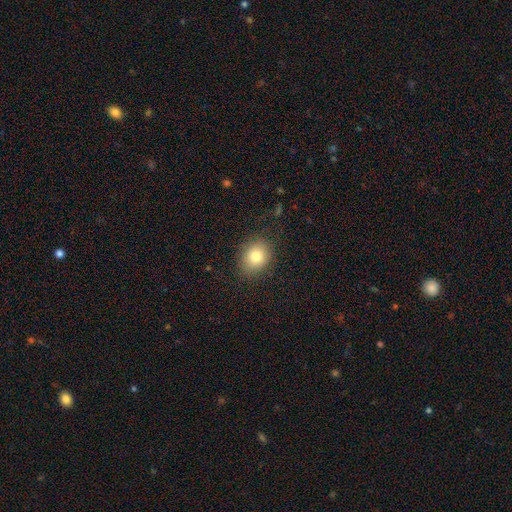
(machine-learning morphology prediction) This is clearly a smooth galaxy (81%). How rounded: possibly round (55%). Merging: clearly none (85%).